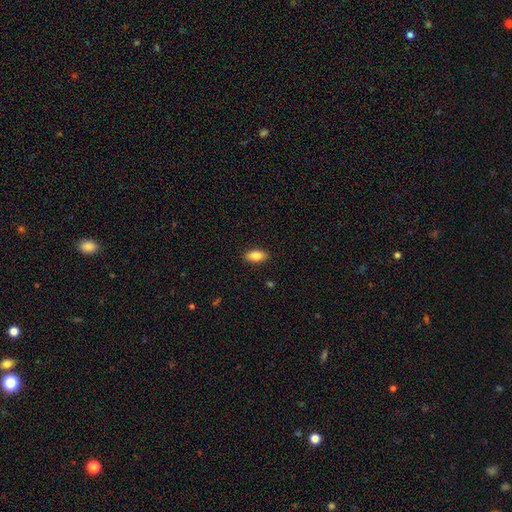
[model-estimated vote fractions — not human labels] smooth-or-featured: smooth: 85% | featured or disk: 8% | star or artifact: 7%
  how-rounded: in between: 89% | cigar-shaped: 8% | round: 3%
  merging: none: 89% | minor disturbance: 8% | major disturbance: 2% | merger: 1%